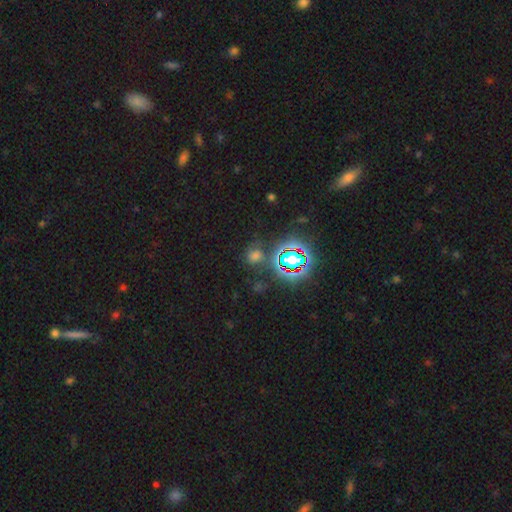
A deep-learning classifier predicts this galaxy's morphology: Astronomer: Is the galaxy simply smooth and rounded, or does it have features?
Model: star or artifact — 47% (runner-up: smooth, 42%).